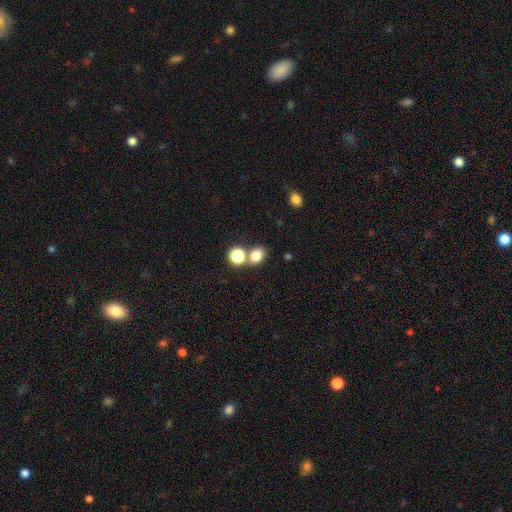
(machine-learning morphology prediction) Q: Smooth or featured?
A: smooth (79%); runner-up: star or artifact (14%)
Q: How rounded?
A: round (55%); runner-up: in between (44%)
Q: Merging?
A: none (57%); runner-up: merger (30%)